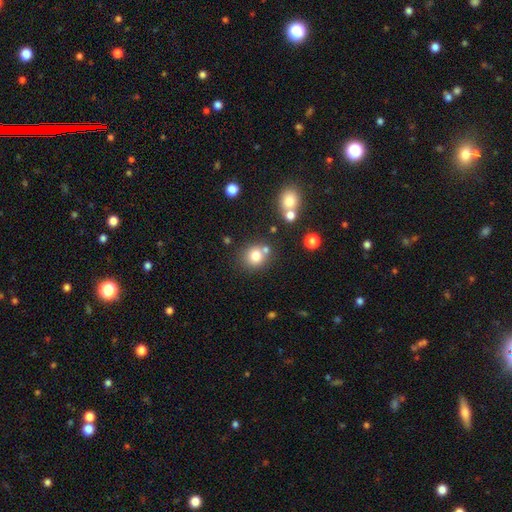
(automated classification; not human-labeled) smooth 78%, star or artifact 13%, featured or disk 9%. Down the decision tree: how rounded — round (85%); merging — none (69%).